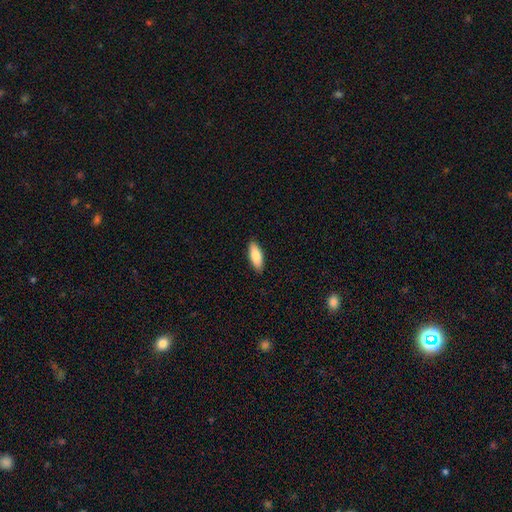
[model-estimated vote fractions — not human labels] This is clearly a smooth galaxy (85%). How rounded: likely in between (72%). Merging: clearly none (89%).